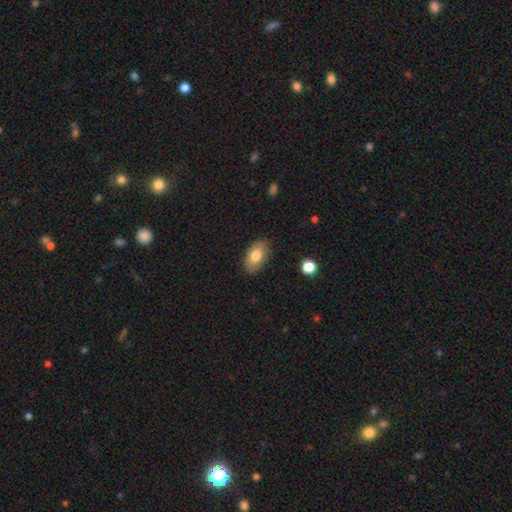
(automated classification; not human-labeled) smooth-or-featured: smooth: 77% | featured or disk: 16% | star or artifact: 7%
  how-rounded: in between: 92% | round: 6% | cigar-shaped: 2%
  merging: none: 85% | minor disturbance: 12% | major disturbance: 2% | merger: 1%